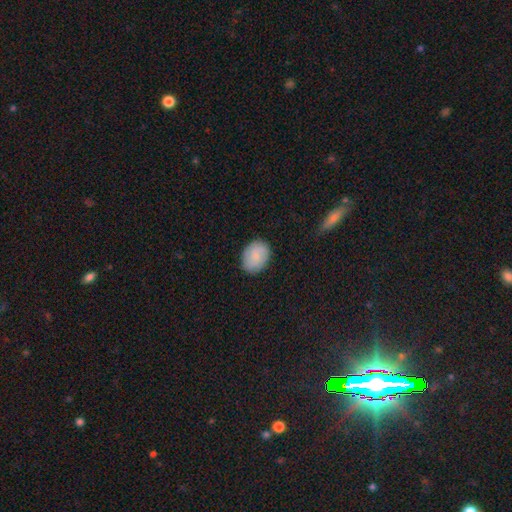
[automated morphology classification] smooth-or-featured: smooth: 71% | featured or disk: 21% | star or artifact: 7%
  how-rounded: in between: 57% | round: 42% | cigar-shaped: 1%
  merging: none: 85% | minor disturbance: 11% | major disturbance: 3% | merger: 1%